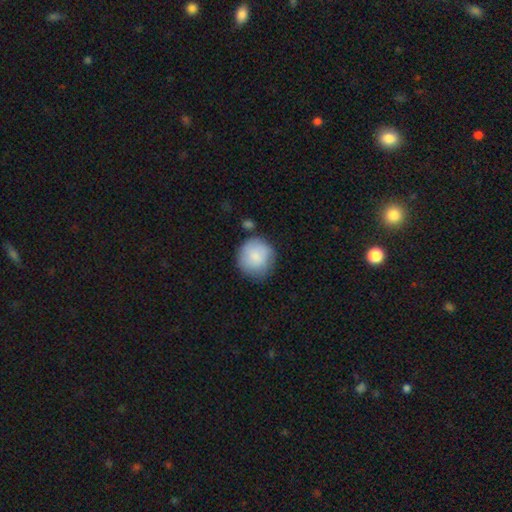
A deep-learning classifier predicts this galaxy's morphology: Overall: smooth (83%). How rounded: round (91%). Merging: none (69%).